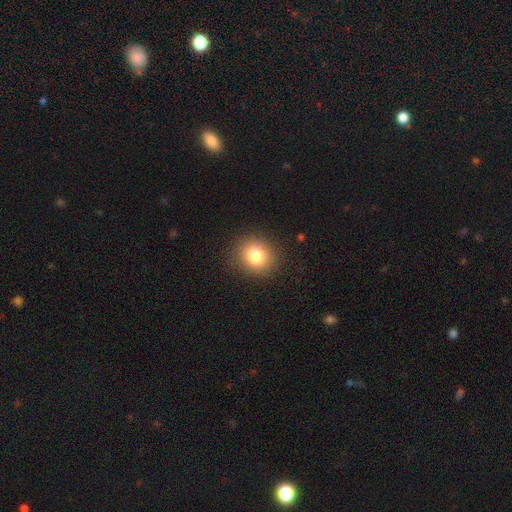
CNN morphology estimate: Smooth or featured: smooth — 81% (star or artifact — 11%)
How rounded: round — 79% (in between — 20%)
Merging: none — 87% (minor disturbance — 9%)